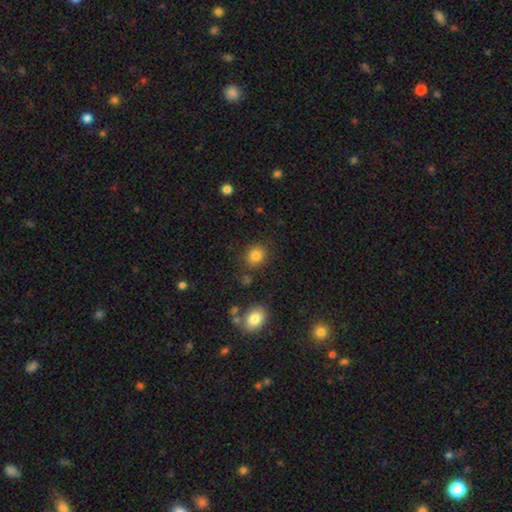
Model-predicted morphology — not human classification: A smooth galaxy with no disk features (83%) that is round (73%).

Vote fractions:
- Smooth or featured? smooth: 83% / star or artifact: 11% / featured or disk: 6%
- How rounded? round: 73% / in between: 26% / cigar-shaped: 1%
- Merging? none: 82% / minor disturbance: 10% / merger: 4% / major disturbance: 3%